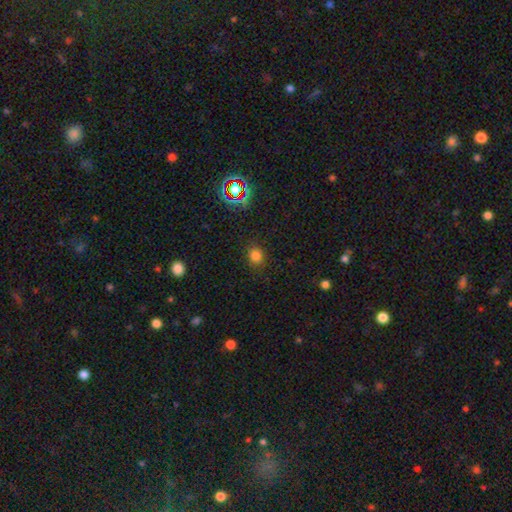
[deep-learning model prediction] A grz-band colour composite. It shows a smooth galaxy with no disk features (76%) that is round (65%). Merging: none (84%).